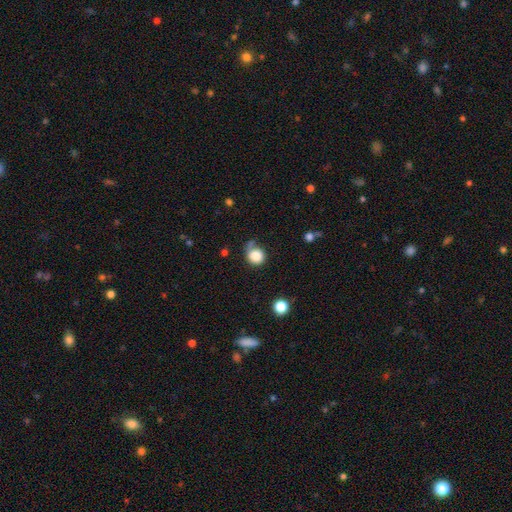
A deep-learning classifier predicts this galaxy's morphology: smooth-or-featured: smooth: 85% | star or artifact: 9% | featured or disk: 6%
  how-rounded: round: 87% | in between: 12% | cigar-shaped: 1%
  merging: none: 56% | minor disturbance: 21% | merger: 12% | major disturbance: 10%